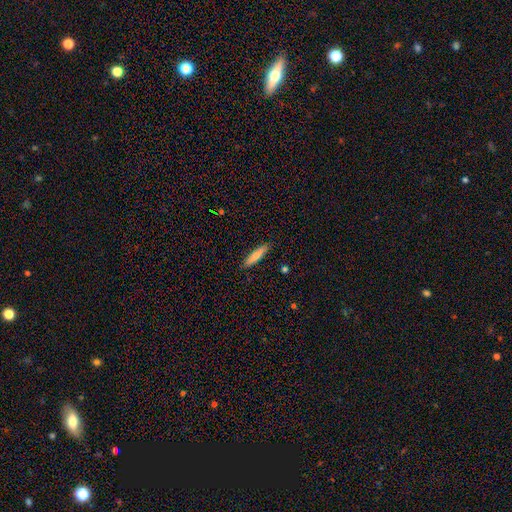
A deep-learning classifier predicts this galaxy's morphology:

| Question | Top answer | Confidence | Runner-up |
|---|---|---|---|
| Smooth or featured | smooth | 72% | featured or disk (23%) |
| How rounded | cigar-shaped | 86% | in between (13%) |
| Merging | none | 90% | minor disturbance (7%) |